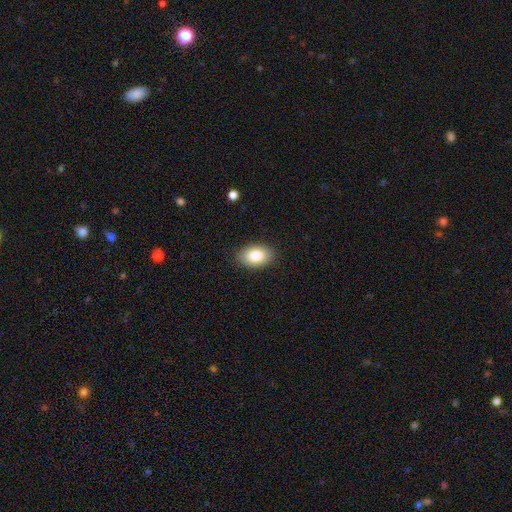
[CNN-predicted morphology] A smooth galaxy with no disk features (85%) that is in between round and cigar-shaped (90%). Merging: none (87%).